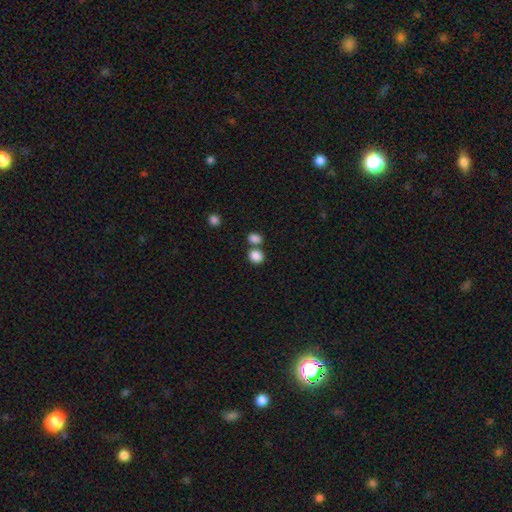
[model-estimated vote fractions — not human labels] Smooth or featured? Predicted: smooth (p=0.86). How rounded? Predicted: round (p=0.58). Merging? Predicted: none (p=0.53).